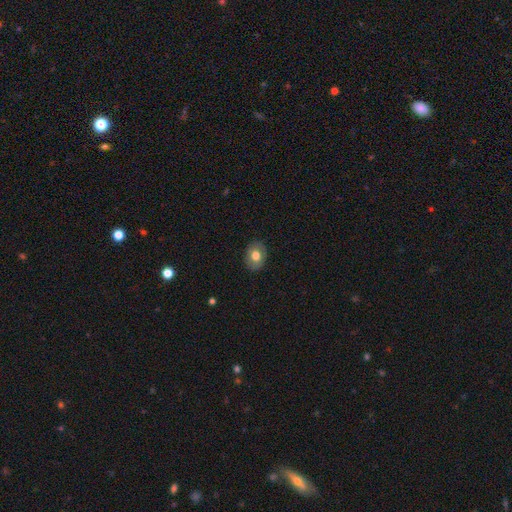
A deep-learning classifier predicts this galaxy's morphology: Smooth or featured?
  - smooth: 72% *
  - featured or disk: 20%
  - star or artifact: 8%
How rounded?
  - in between: 68% *
  - round: 31%
  - cigar-shaped: 1%
Merging?
  - none: 86% *
  - minor disturbance: 11%
  - major disturbance: 2%
  - merger: 1%